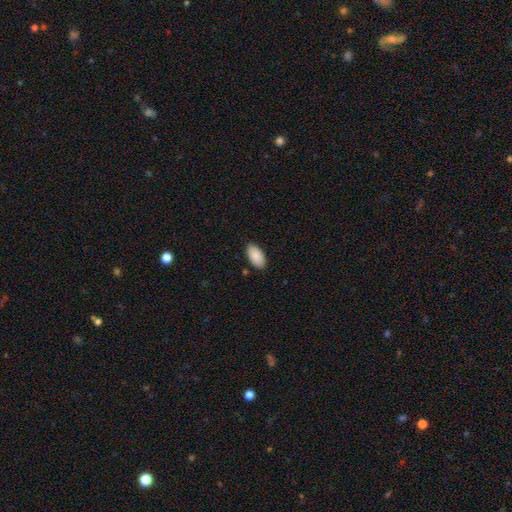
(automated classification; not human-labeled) Q: Smooth or featured?
A: smooth (90%); runner-up: star or artifact (6%)
Q: How rounded?
A: in between (95%); runner-up: cigar-shaped (3%)
Q: Merging?
A: none (88%); runner-up: minor disturbance (9%)